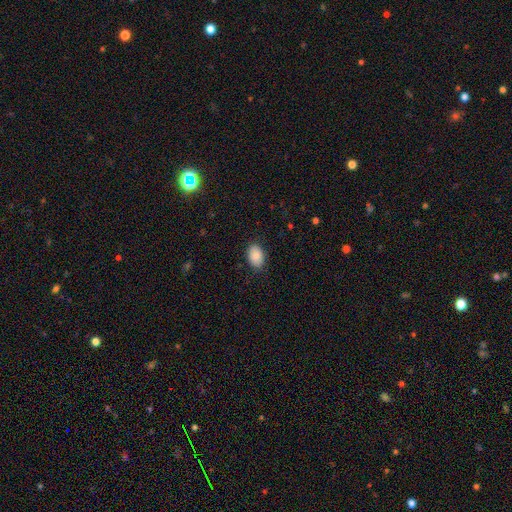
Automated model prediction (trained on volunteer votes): A smooth galaxy with no disk features (89%) that is in between round and cigar-shaped (87%). Merging: none (85%).